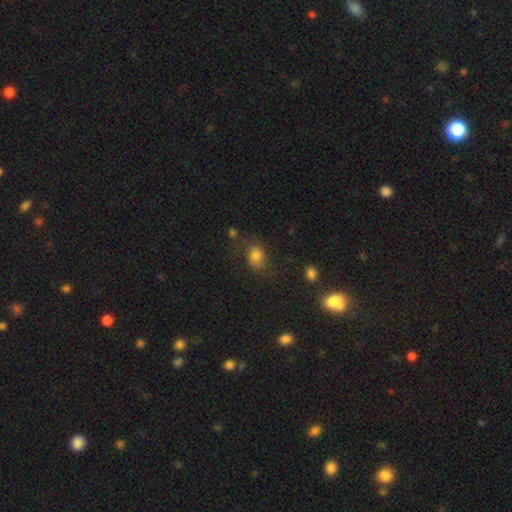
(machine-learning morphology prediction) This is likely a smooth galaxy (71%). How rounded: possibly in between (53%). Merging: possibly none (54%).